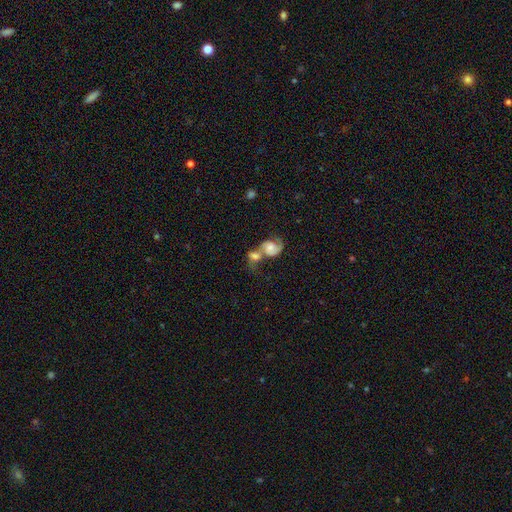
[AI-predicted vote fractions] featured or disk 57%, smooth 34%, star or artifact 9%. Down the decision tree: edge-on disk — no (96%); bar — no (68%); spiral arms — yes (83%); bulge size — moderate (49%); merging — merger (67%).